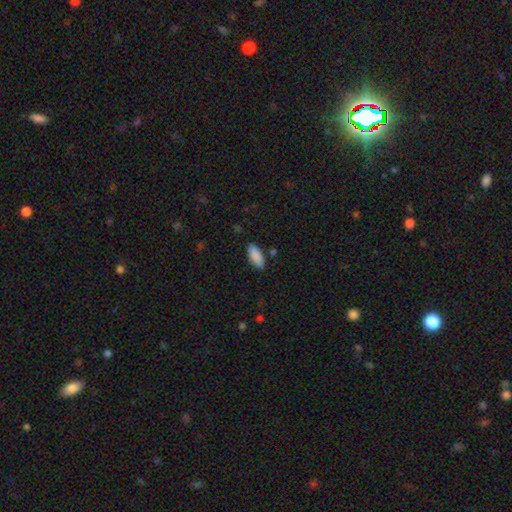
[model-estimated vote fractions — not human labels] Morphology: type=smooth (89%); roundness=in between (84%); merging=none (86%).